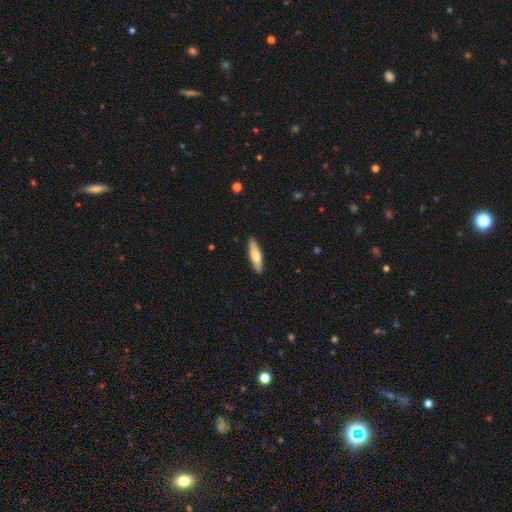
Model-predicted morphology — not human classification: smooth-or-featured: smooth: 64% | featured or disk: 30% | star or artifact: 5%
  how-rounded: cigar-shaped: 69% | in between: 29% | round: 2%
  merging: none: 89% | minor disturbance: 8% | major disturbance: 2% | merger: 1%